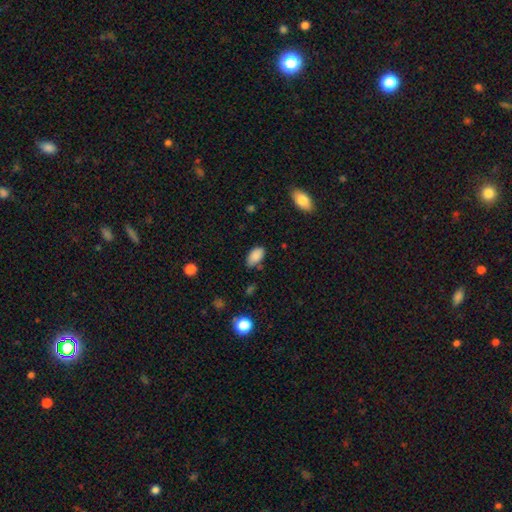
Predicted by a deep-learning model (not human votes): Smooth or featured?
  - smooth: 87% *
  - star or artifact: 8%
  - featured or disk: 4%
How rounded?
  - in between: 93% *
  - round: 4%
  - cigar-shaped: 2%
Merging?
  - none: 71% *
  - minor disturbance: 22%
  - major disturbance: 4%
  - merger: 3%